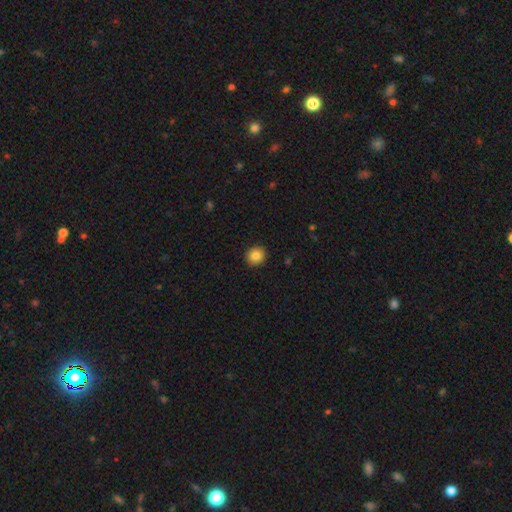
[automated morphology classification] Smooth or featured: smooth — 86% (star or artifact — 9%)
How rounded: round — 84% (in between — 16%)
Merging: none — 91% (minor disturbance — 6%)